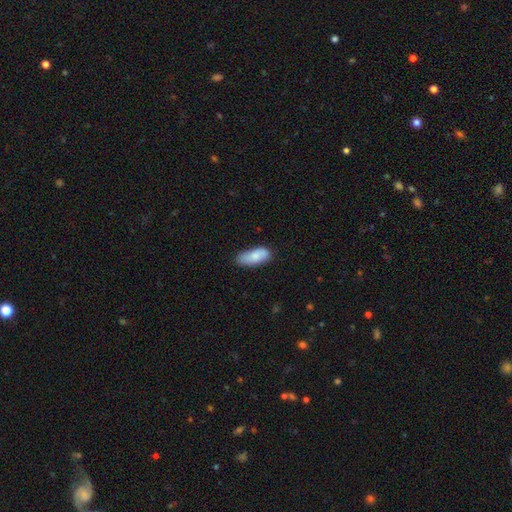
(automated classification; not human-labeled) A smooth galaxy with no disk features (83%) that is in between round and cigar-shaped (80%). Merging: none (73%).